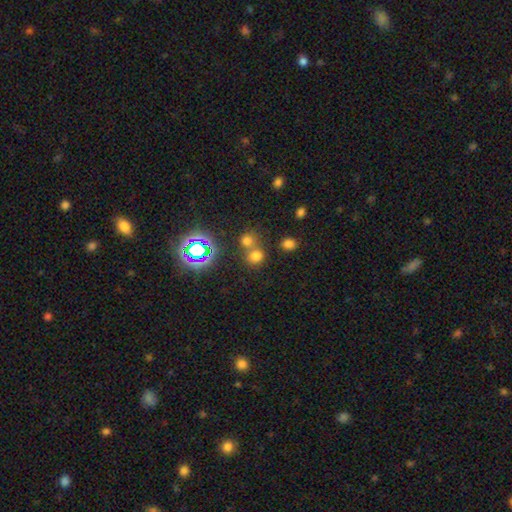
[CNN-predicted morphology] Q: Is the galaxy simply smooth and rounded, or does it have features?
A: smooth — 66%.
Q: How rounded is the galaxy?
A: round — 80%.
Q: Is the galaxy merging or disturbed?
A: none — 54%.